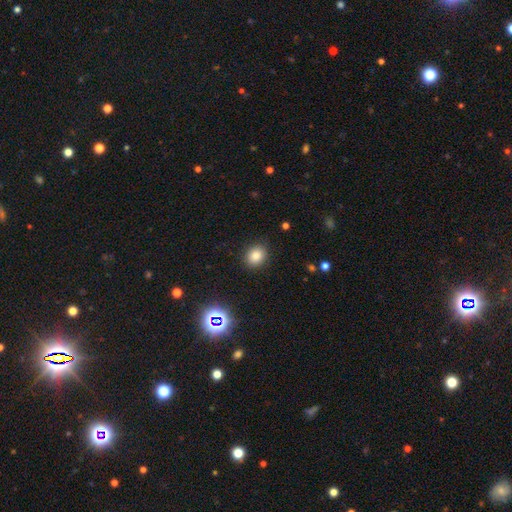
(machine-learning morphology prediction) Q: Smooth or featured?
A: smooth (82%); runner-up: star or artifact (13%)
Q: How rounded?
A: round (65%); runner-up: in between (34%)
Q: Merging?
A: none (89%); runner-up: minor disturbance (8%)